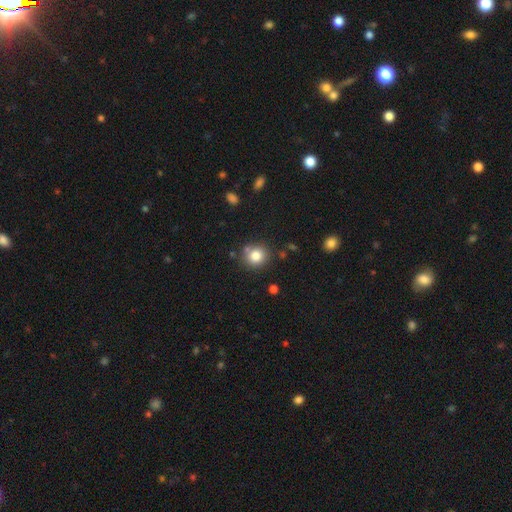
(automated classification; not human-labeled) Morphology: type=smooth (81%); roundness=round (88%); merging=none (78%).